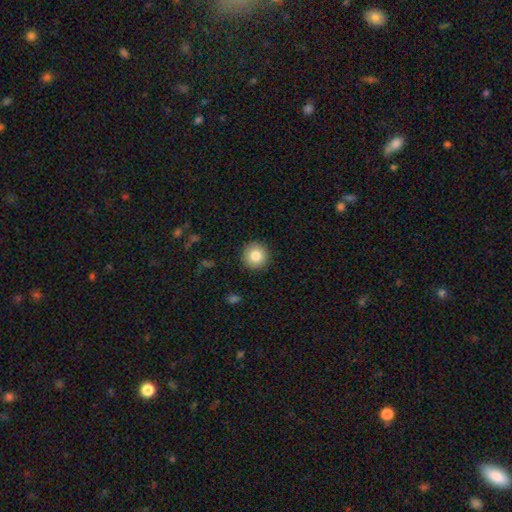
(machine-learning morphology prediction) This appears to be a smooth galaxy with no disk features (82%) that is round (96%). Merging: none (92%).